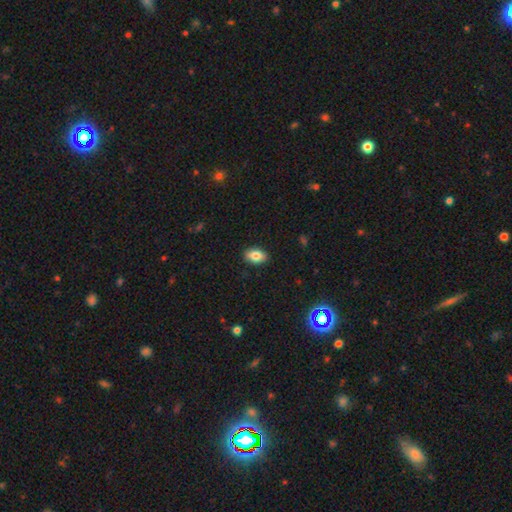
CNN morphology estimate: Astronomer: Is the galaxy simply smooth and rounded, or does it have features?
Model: smooth — 82%.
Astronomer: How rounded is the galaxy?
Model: in between — 88%.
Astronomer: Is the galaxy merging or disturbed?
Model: none — 89%.